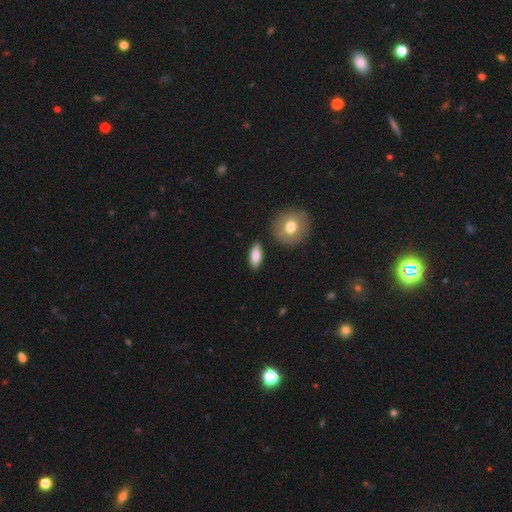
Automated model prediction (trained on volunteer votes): The model was most divided on "smooth or featured": smooth: 80%, featured or disk: 14%, star or artifact: 7%. More confident: merging — none (86%); how rounded — in between (81%).